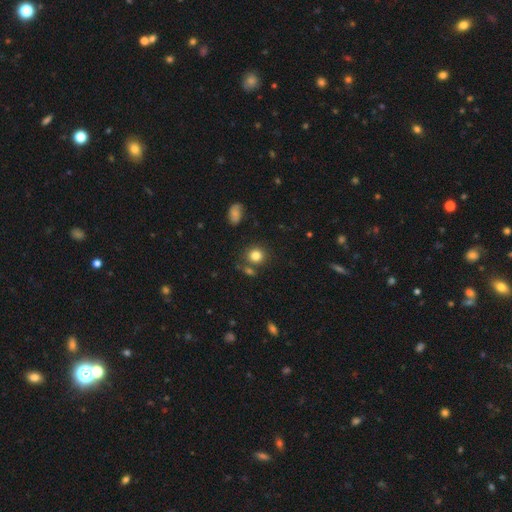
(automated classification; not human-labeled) Smooth or featured: smooth — 82% (star or artifact — 12%)
How rounded: round — 83% (in between — 16%)
Merging: none — 74% (merger — 12%)